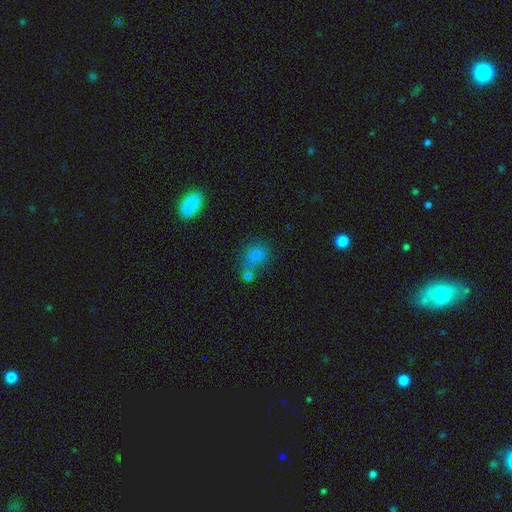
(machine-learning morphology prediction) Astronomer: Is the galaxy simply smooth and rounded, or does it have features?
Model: smooth — 77%.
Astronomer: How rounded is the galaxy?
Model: round — 52% (runner-up: in between, 47%).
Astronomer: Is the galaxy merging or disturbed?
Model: merger — 41% (runner-up: none, 36%).